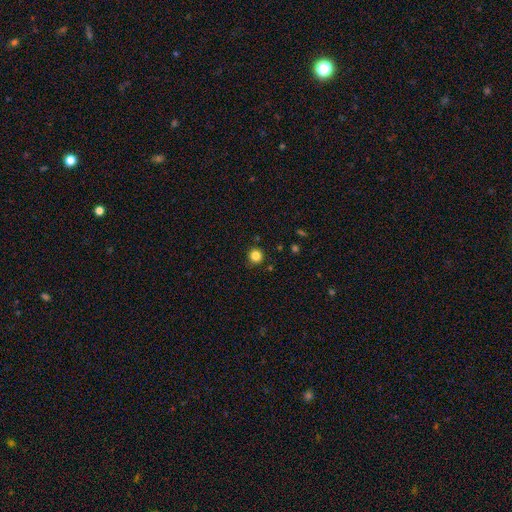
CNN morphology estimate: A smooth galaxy with no disk features (83%) that is round (95%). Merging: none (91%).